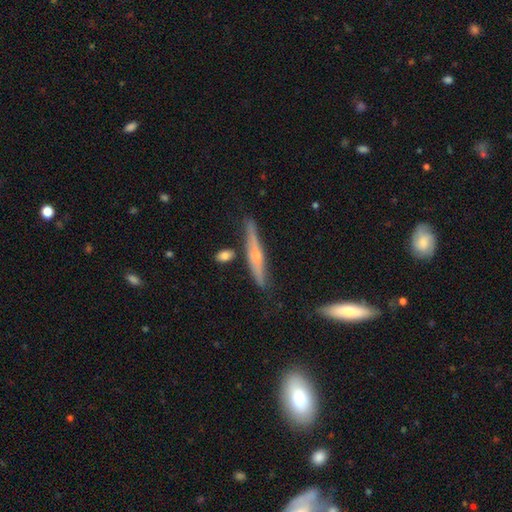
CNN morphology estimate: A featured or disk galaxy (61%) viewed edge-on (94%) with a rounded central bulge (71%).

Vote fractions:
- Smooth or featured? featured or disk: 61% / smooth: 32% / star or artifact: 6%
- Edge-on disk? yes: 94% / no: 6%
- Edge-on bulge? rounded: 71% / none: 22% / boxy: 7%
- Merging? none: 76% / minor disturbance: 16% / merger: 5% / major disturbance: 3%